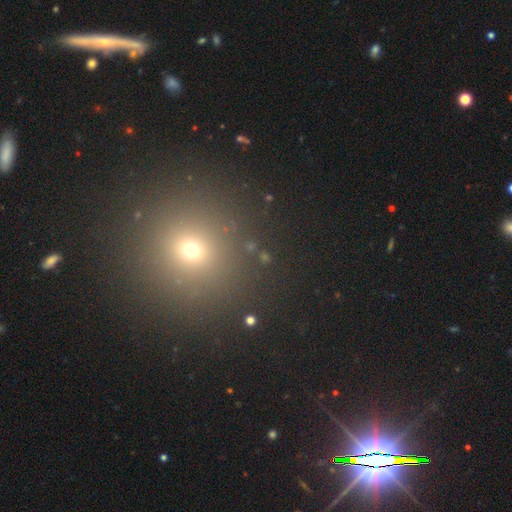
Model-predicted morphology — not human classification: Smooth or featured? Predicted: smooth (p=0.51). How rounded? Predicted: round (p=0.93). Merging? Predicted: none (p=0.91).